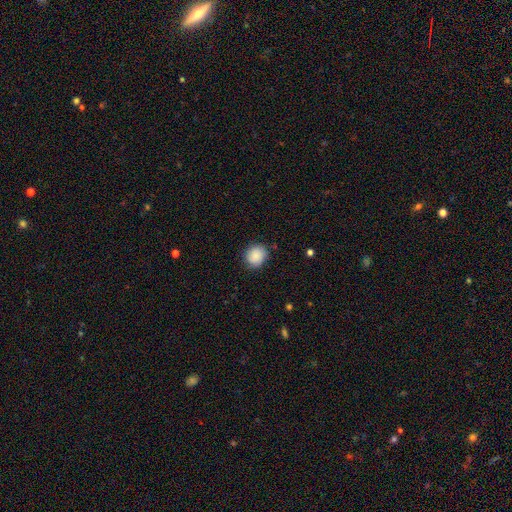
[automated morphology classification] The model was most divided on "how rounded": round: 76%, in between: 23%, cigar-shaped: 1%. More confident: smooth or featured — smooth (88%); merging — none (82%).